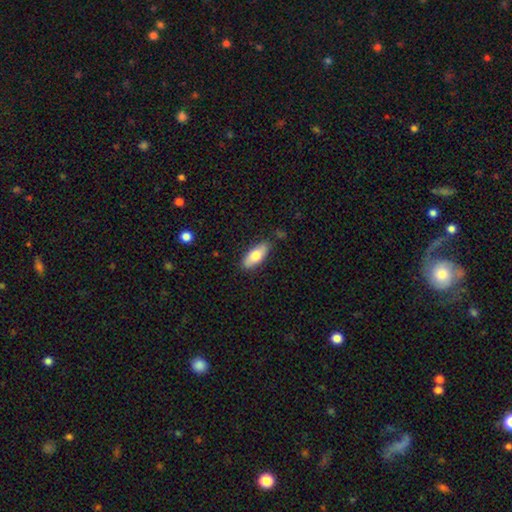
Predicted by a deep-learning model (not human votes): This appears to be a smooth galaxy with no disk features (75%) that is in between round and cigar-shaped (78%). Merging: none (83%).